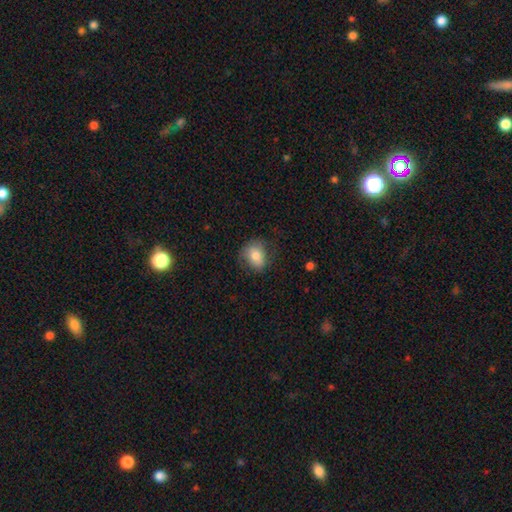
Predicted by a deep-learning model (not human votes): The model was most divided on "how rounded": in between: 55%, round: 44%, cigar-shaped: 1%. More confident: smooth or featured — smooth (76%); merging — none (64%).